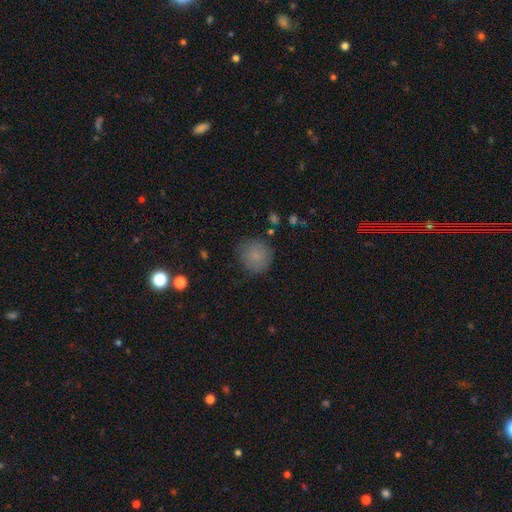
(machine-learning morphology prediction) Smooth or featured: smooth — 81% (star or artifact — 10%)
How rounded: round — 91% (in between — 8%)
Merging: none — 79% (minor disturbance — 15%)